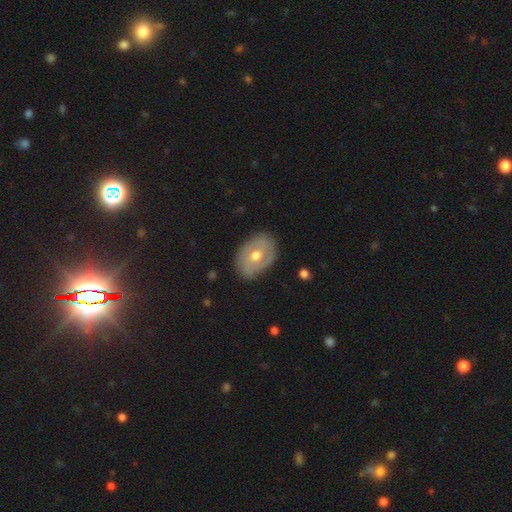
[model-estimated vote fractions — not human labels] Morphology: type=featured or disk (65%); edge-on=no (94%); bar=no (59%); spiral arms=yes (62%); bulge=moderate (79%); merging=none (78%).